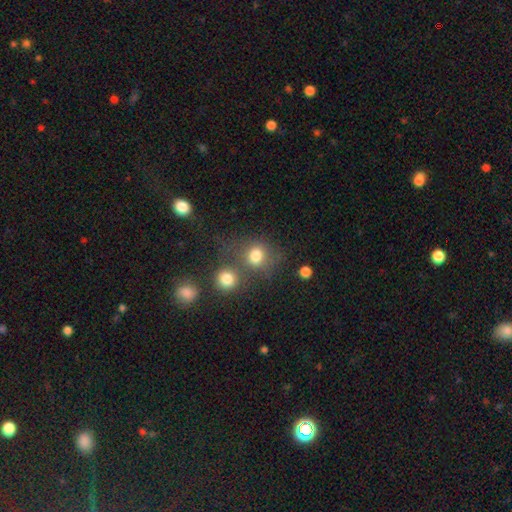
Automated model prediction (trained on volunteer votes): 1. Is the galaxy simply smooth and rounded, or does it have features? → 77% smooth, 14% star or artifact, 8% featured or disk.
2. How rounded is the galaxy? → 77% round, 22% in between, 1% cigar-shaped.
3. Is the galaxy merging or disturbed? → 50% none, 32% merger, 11% minor disturbance, 7% major disturbance.